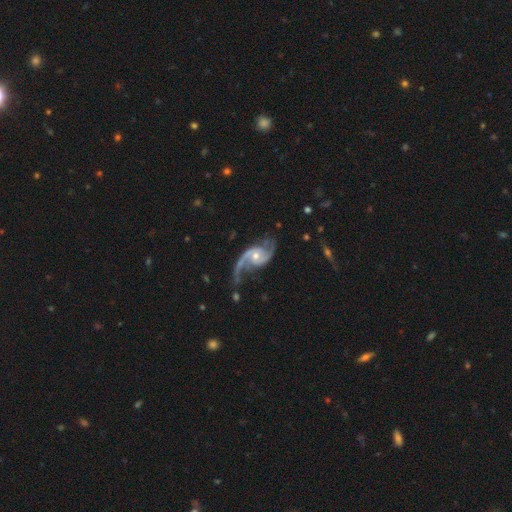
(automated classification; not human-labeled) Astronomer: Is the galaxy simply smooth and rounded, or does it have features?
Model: featured or disk — 92%.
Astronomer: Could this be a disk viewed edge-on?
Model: no — 98%.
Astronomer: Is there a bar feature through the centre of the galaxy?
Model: no — 58%.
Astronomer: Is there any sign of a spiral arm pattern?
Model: yes — 98%.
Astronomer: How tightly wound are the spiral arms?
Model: loose — 54% (runner-up: medium, 37%).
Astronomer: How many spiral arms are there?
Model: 2 — 91%.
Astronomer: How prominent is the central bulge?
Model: moderate — 51% (runner-up: small, 44%).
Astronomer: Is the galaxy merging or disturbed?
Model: none — 63%.